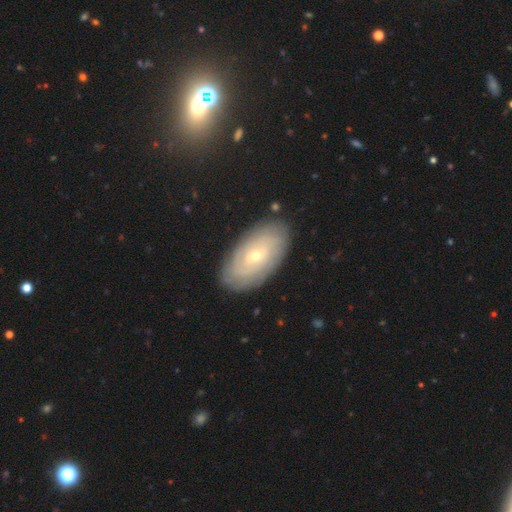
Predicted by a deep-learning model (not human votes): smooth-or-featured: featured or disk: 68% | smooth: 25% | star or artifact: 7%
  disk-edge-on: no: 92% | yes: 8%
    bar: no: 63% | weak: 30% | strong: 7%
    has-spiral-arms: yes: 76% | no: 24%
    bulge-size: small: 66% | moderate: 31% | large: 1% | none: 1% | dominant: 1%
  merging: none: 85% | minor disturbance: 11% | major disturbance: 3% | merger: 1%